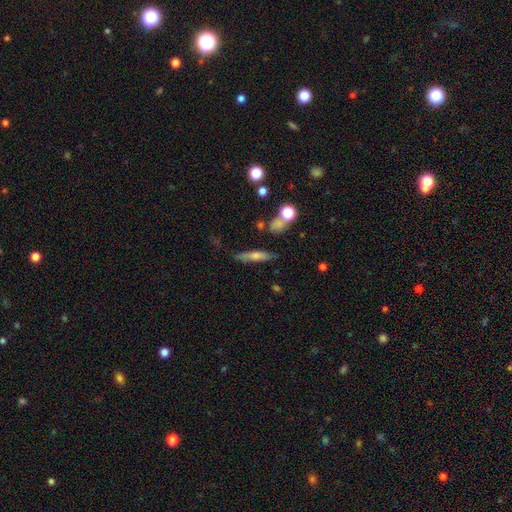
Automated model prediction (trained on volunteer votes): Smooth or featured?
  - smooth: 64% *
  - featured or disk: 27%
  - star or artifact: 9%
How rounded?
  - cigar-shaped: 76% *
  - in between: 20%
  - round: 4%
Merging?
  - none: 73% *
  - minor disturbance: 15%
  - merger: 7%
  - major disturbance: 5%